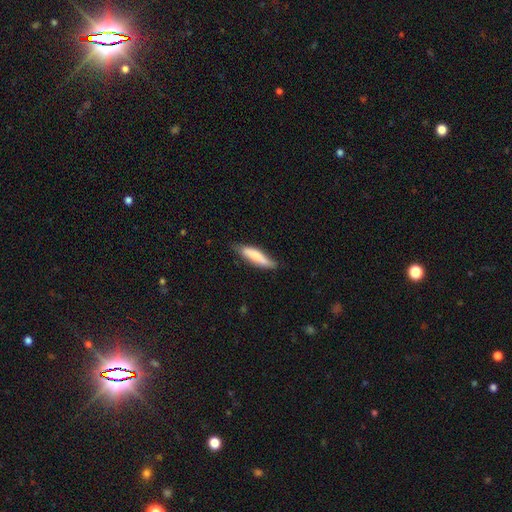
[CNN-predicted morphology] Smooth or featured? Predicted: smooth (p=0.75). How rounded? Predicted: cigar-shaped (p=0.74). Merging? Predicted: none (p=0.66).